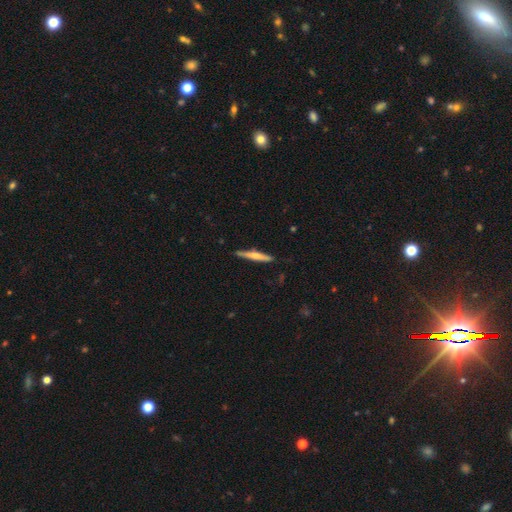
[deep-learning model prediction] Smooth or featured? smooth (50%)
Merging? none (83%)